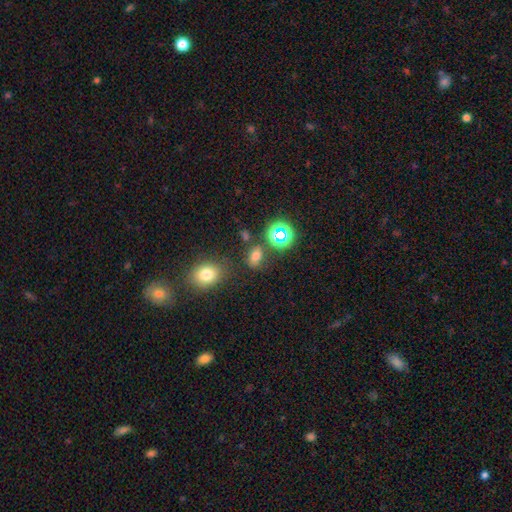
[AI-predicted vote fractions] A smooth galaxy with no disk features (66%) that is in between round and cigar-shaped (76%). Merging: none (76%).